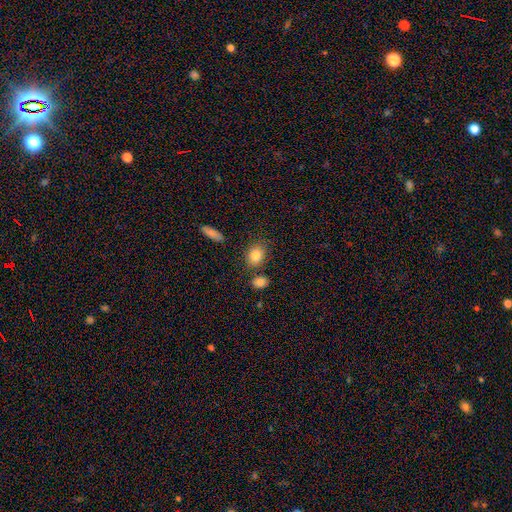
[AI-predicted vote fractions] smooth_or_featured: smooth (p=0.83) [alt: star or artifact p=0.09]
how_rounded: in between (p=0.58) [alt: round p=0.40]
merging: none (p=0.76) [alt: minor disturbance p=0.12]